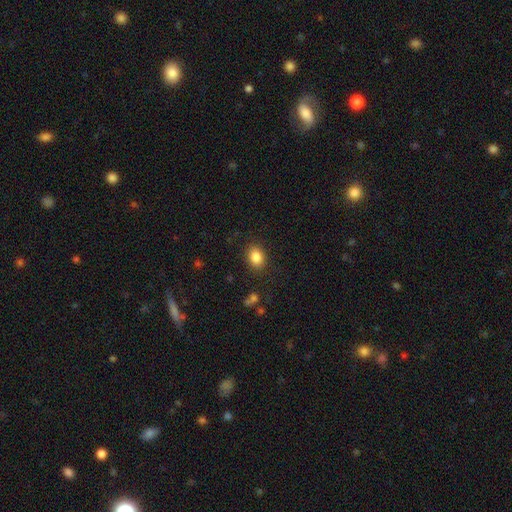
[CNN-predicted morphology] Q: Smooth or featured?
A: smooth (85%); runner-up: star or artifact (9%)
Q: How rounded?
A: in between (61%); runner-up: round (38%)
Q: Merging?
A: none (87%); runner-up: minor disturbance (9%)